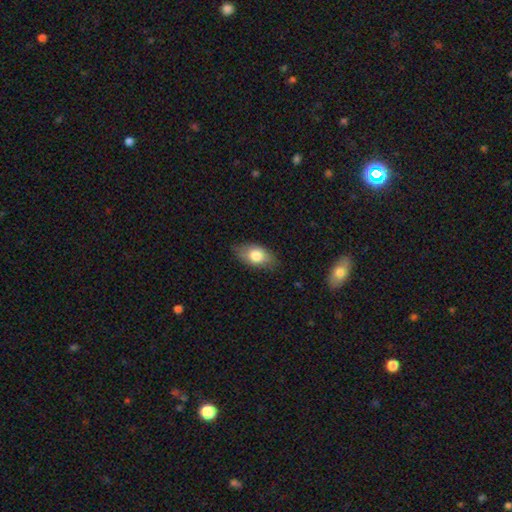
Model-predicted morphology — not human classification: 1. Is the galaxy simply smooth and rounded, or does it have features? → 75% smooth, 18% featured or disk, 7% star or artifact.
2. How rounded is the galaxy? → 88% in between, 8% round, 3% cigar-shaped.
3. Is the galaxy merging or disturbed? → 77% none, 19% minor disturbance, 4% major disturbance, 1% merger.